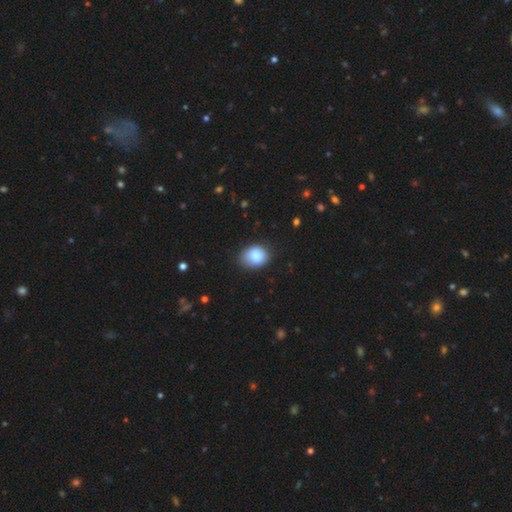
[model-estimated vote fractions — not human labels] Smooth or featured? Predicted: smooth (p=0.85). How rounded? Predicted: in between (p=0.57). Merging? Predicted: none (p=0.75).